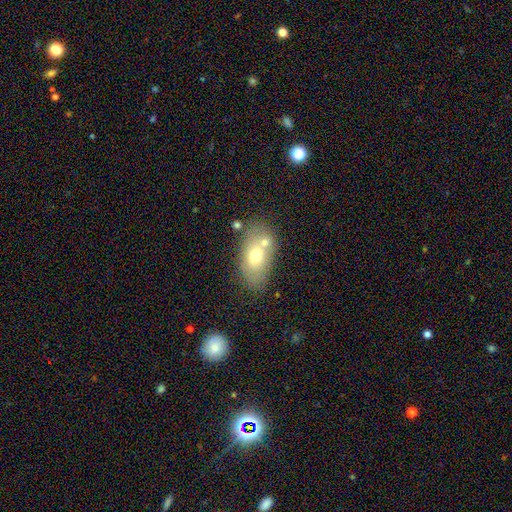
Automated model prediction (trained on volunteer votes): Smooth or featured? Predicted: smooth (p=0.63). How rounded? Predicted: in between (p=0.86). Merging? Predicted: none (p=0.52).